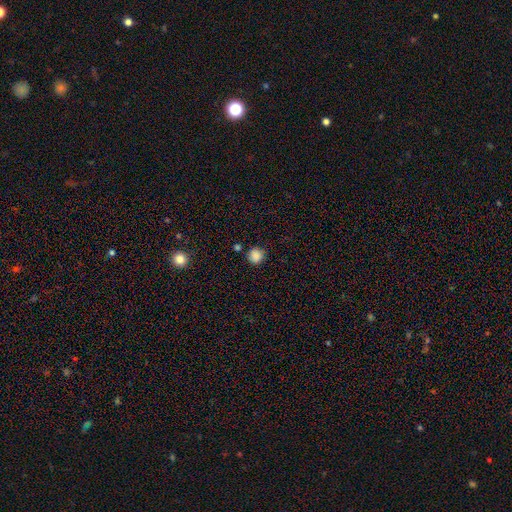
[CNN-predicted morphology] type=smooth (86%); roundness=round (94%); merging=none (85%).